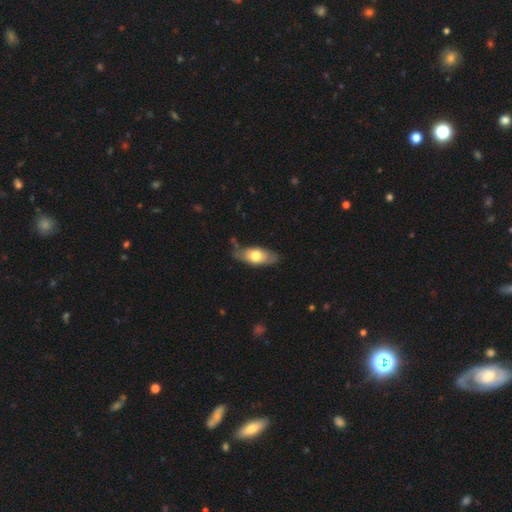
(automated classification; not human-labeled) Smooth or featured?
  - smooth: 61% *
  - featured or disk: 33%
  - star or artifact: 6%
How rounded?
  - in between: 86% *
  - cigar-shaped: 11%
  - round: 3%
Merging?
  - none: 63% *
  - minor disturbance: 28%
  - major disturbance: 6%
  - merger: 3%